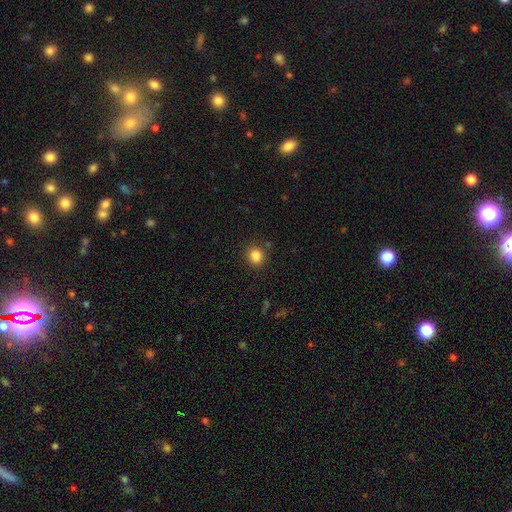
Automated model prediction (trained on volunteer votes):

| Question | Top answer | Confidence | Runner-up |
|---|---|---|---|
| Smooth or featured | smooth | 85% | star or artifact (11%) |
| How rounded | round | 66% | in between (33%) |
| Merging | none | 83% | minor disturbance (10%) |